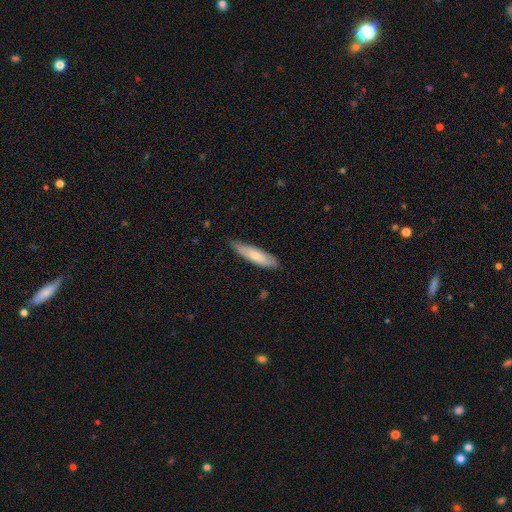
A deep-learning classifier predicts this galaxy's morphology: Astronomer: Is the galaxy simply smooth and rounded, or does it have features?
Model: smooth — 67%.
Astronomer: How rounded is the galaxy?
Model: cigar-shaped — 69%.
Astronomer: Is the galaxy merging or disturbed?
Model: none — 76%.